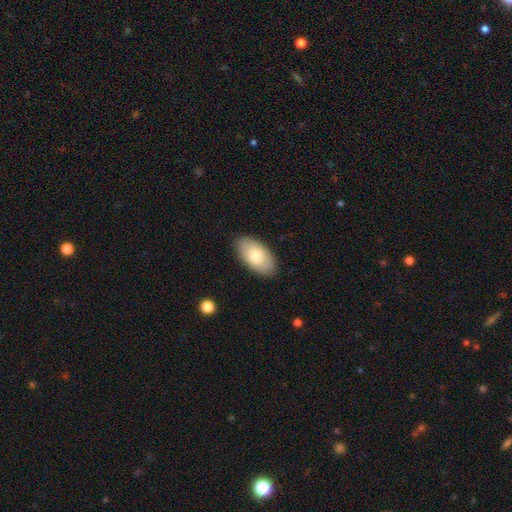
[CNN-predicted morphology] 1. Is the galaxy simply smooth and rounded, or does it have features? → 78% smooth, 16% featured or disk, 6% star or artifact.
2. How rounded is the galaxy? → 95% in between, 3% round, 2% cigar-shaped.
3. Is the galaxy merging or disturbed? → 88% none, 9% minor disturbance, 2% major disturbance, 1% merger.